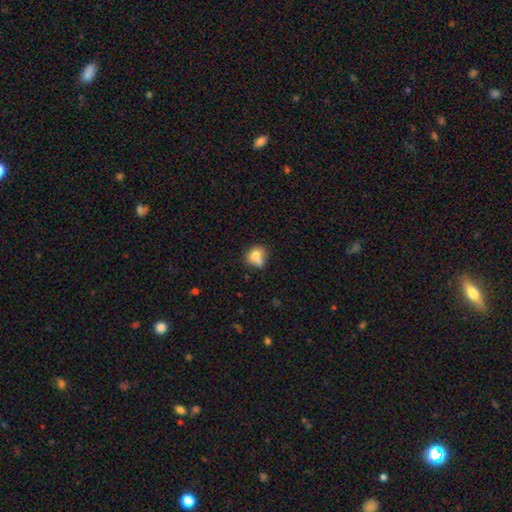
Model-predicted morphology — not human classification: Smooth or featured? Predicted: smooth (p=0.76). How rounded? Predicted: round (p=0.57). Merging? Predicted: none (p=0.42).